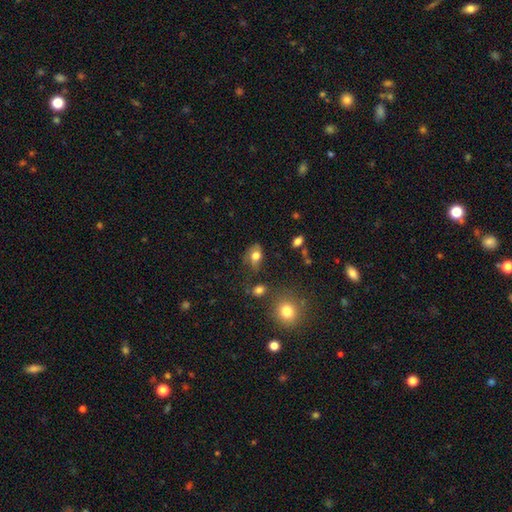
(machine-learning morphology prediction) Smooth or featured? smooth (72%)
How rounded? in between (75%)
Merging? none (48%)